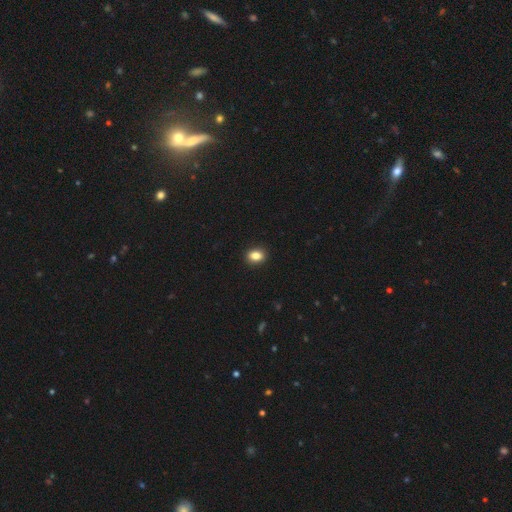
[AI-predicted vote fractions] Overall: smooth (85%). How rounded: in between (64%; round 34%). Merging: none (91%).